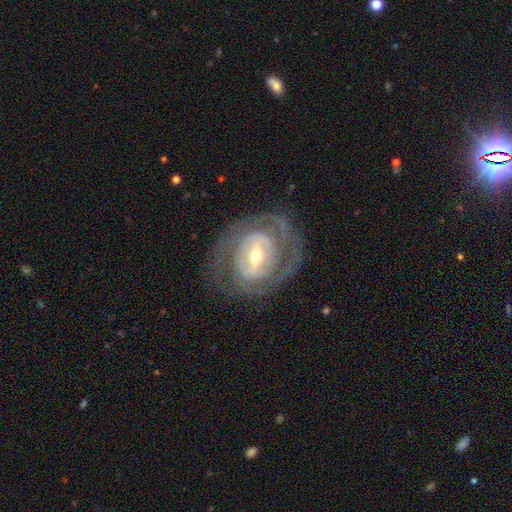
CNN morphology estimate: smooth_or_featured: featured or disk (p=0.83) [alt: smooth p=0.12]
disk_edge_on: no (p=0.95) [alt: yes p=0.05]
bar: strong (p=0.41) [alt: weak p=0.39]
has_spiral_arms: yes (p=0.74) [alt: no p=0.26]
spiral_winding: tight (p=0.59) [alt: medium p=0.30]
spiral_arm_count: 2 (p=0.49) [alt: can't tell p=0.31]
bulge_size: moderate (p=0.53) [alt: small p=0.41]
merging: none (p=0.72) [alt: minor disturbance p=0.14]